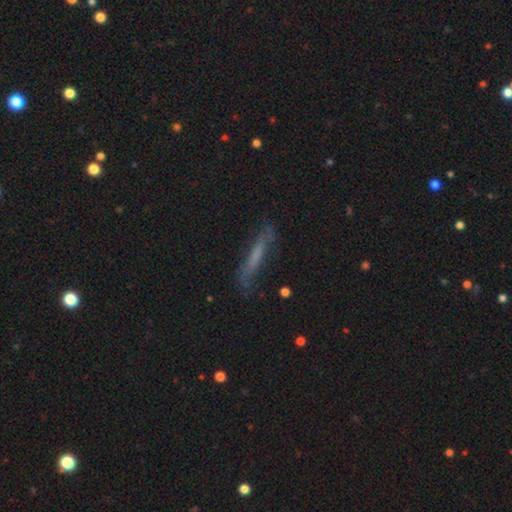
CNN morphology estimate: This is marginally a smooth galaxy (45%). Merging: likely none (70%).